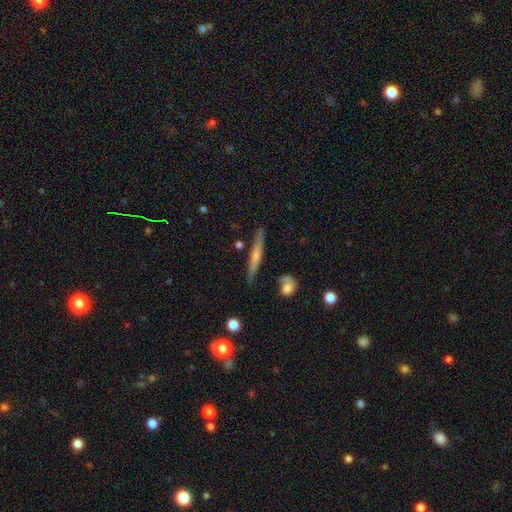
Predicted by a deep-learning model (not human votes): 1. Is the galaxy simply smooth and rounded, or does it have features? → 47% smooth, 46% featured or disk, 6% star or artifact.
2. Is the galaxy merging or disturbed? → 81% none, 13% minor disturbance, 4% merger, 3% major disturbance.